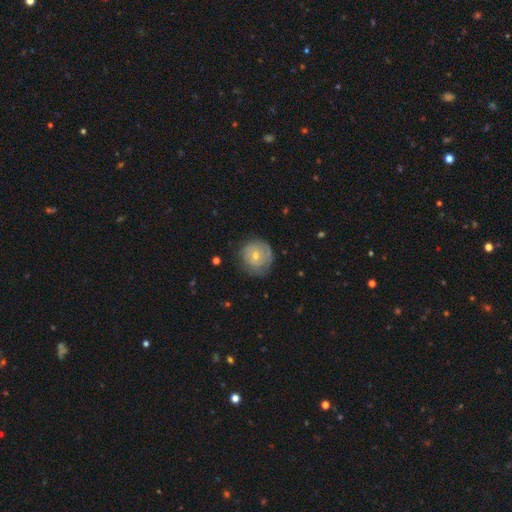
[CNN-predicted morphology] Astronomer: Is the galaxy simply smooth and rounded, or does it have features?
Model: smooth — 51% (runner-up: featured or disk, 42%).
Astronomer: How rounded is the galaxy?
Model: round — 89%.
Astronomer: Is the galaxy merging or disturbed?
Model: none — 66%.